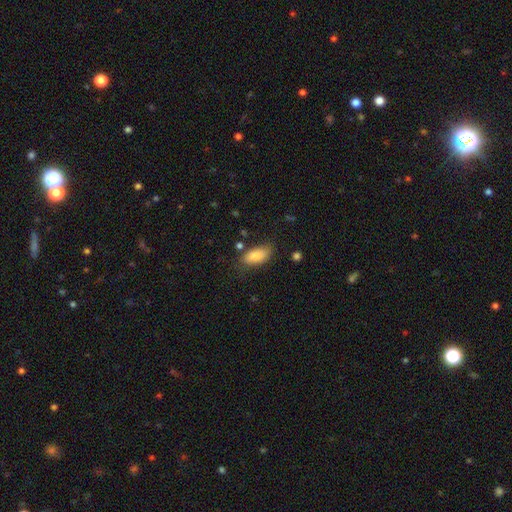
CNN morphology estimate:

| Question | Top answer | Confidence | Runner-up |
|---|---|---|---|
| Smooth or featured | smooth | 85% | featured or disk (8%) |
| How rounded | in between | 89% | cigar-shaped (8%) |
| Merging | none | 70% | minor disturbance (21%) |